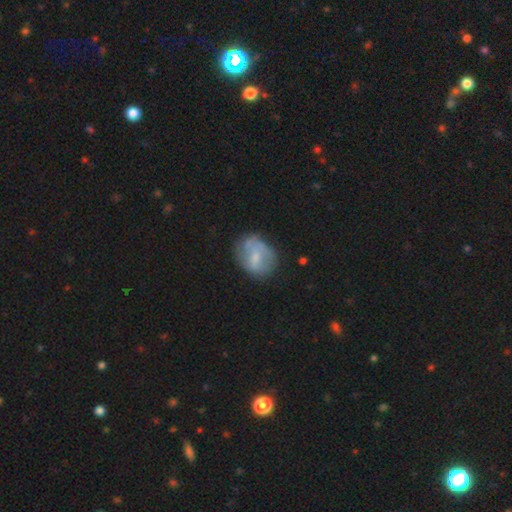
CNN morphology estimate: This appears to be a smooth galaxy with no disk features (50%). Merging: none (53%).